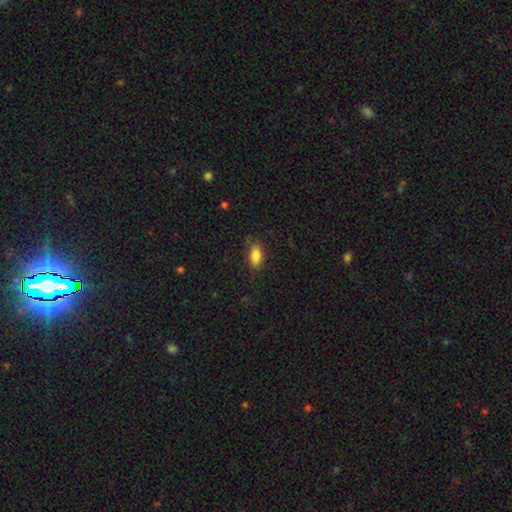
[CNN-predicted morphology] Smooth or featured: smooth — 85% (star or artifact — 8%)
How rounded: in between — 88% (cigar-shaped — 8%)
Merging: none — 78% (minor disturbance — 16%)